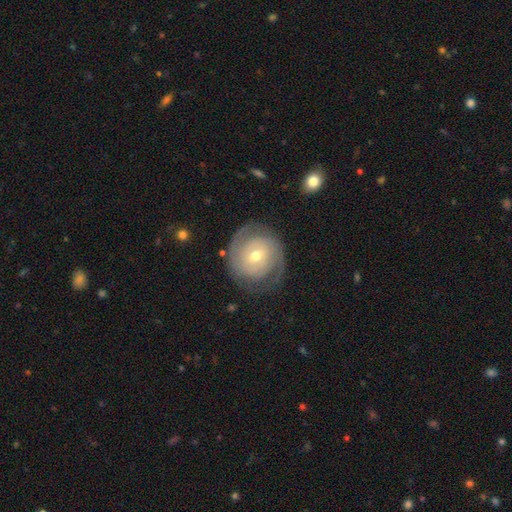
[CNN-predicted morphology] Overall: featured or disk (80%). Edge-on disk: no (97%). Bar: no (55%; weak 34%). Spiral arms: yes (93%). Spiral arm count: 2 (74%). Spiral winding: tight (68%). Bulge size: moderate (58%; small 38%). Merging: none (79%).